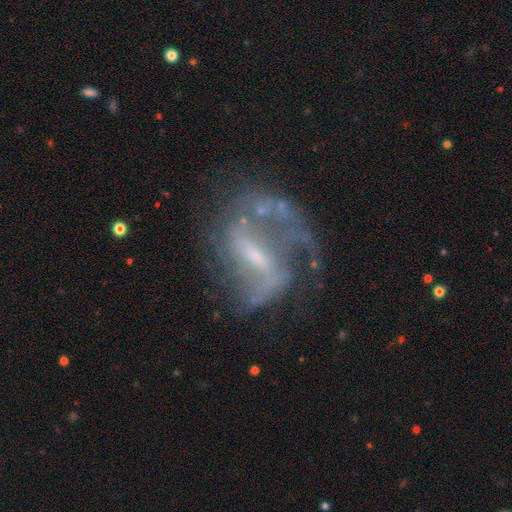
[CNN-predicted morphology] Smooth or featured?
  - featured or disk: 84% *
  - star or artifact: 8%
  - smooth: 8%
Edge-on disk?
  - no: 96% *
  - yes: 4%
Bar?
  - weak: 47% *
  - strong: 38%
  - no: 14%
Spiral arms?
  - yes: 90% *
  - no: 10%
Spiral winding?
  - medium: 45% *
  - loose: 39%
  - tight: 16%
Spiral arm count?
  - 2: 70% *
  - can't tell: 12%
  - 1: 8%
  - 3: 5%
  - 4: 2%
  - more than 4: 2%
Bulge size?
  - small: 56% *
  - moderate: 27%
  - none: 13%
  - large: 2%
  - dominant: 1%
Merging?
  - none: 55% *
  - major disturbance: 21%
  - minor disturbance: 19%
  - merger: 5%